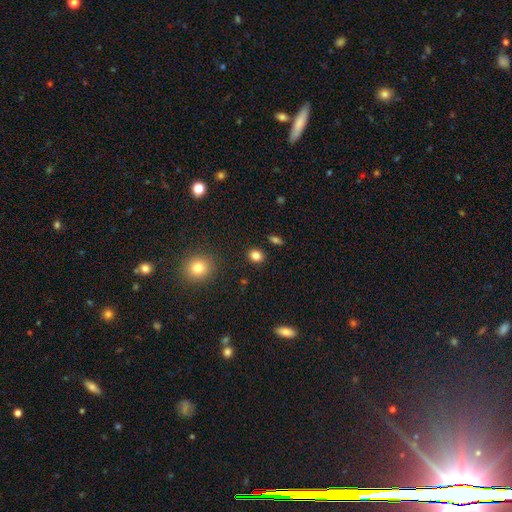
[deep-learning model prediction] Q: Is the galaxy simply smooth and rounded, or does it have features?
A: smooth — 84%.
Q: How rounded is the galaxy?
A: round — 62%.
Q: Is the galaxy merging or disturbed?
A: none — 89%.